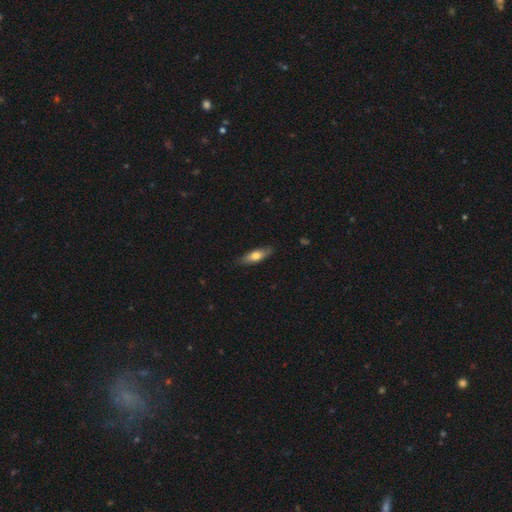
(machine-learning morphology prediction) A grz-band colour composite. It shows a smooth galaxy with no disk features (65%) that is in between round and cigar-shaped (51%). Merging: none (85%).